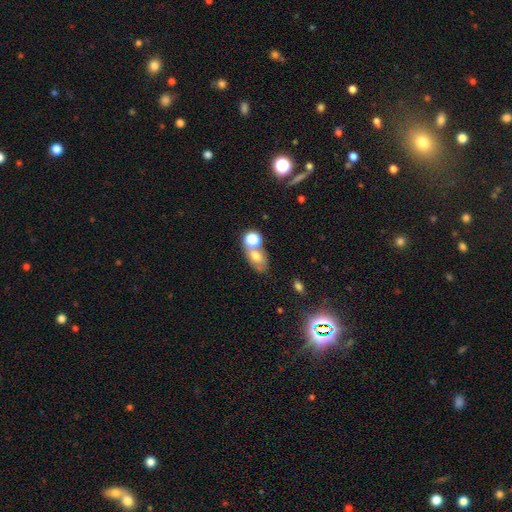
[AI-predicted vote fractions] Smooth or featured? smooth (63%)
How rounded? in between (74%)
Merging? none (42%)